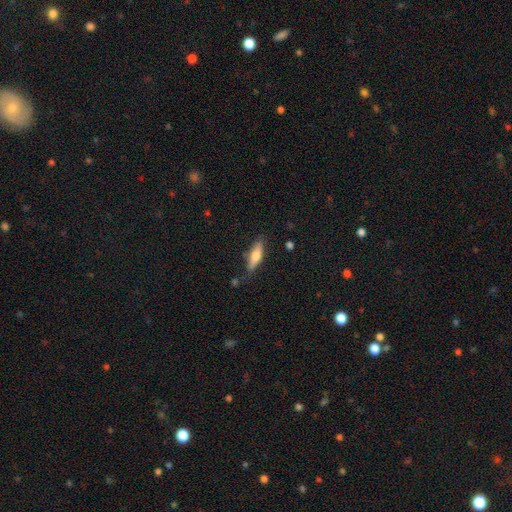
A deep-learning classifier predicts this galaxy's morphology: A smooth galaxy with no disk features (59%) that is cigar-shaped (60%). Merging: none (72%).